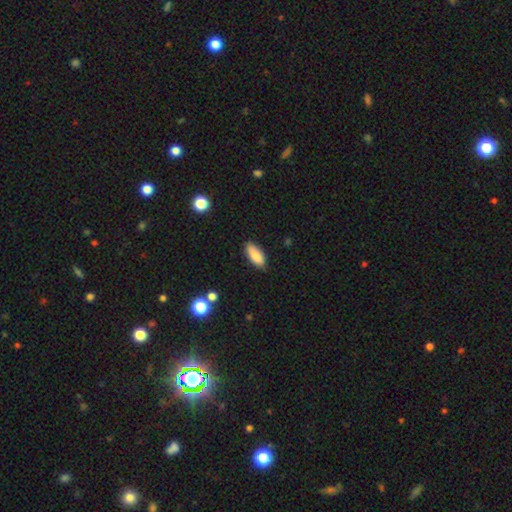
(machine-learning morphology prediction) Smooth or featured? Predicted: smooth (p=0.86). How rounded? Predicted: in between (p=0.83). Merging? Predicted: none (p=0.85).